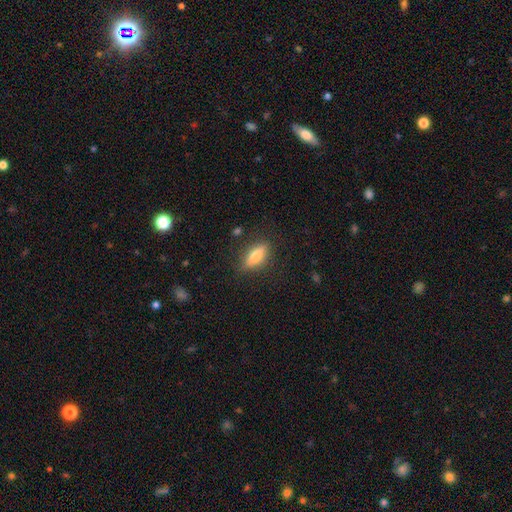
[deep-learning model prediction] This is likely a smooth galaxy (62%). How rounded: possibly in between (55%). Merging: clearly none (81%).